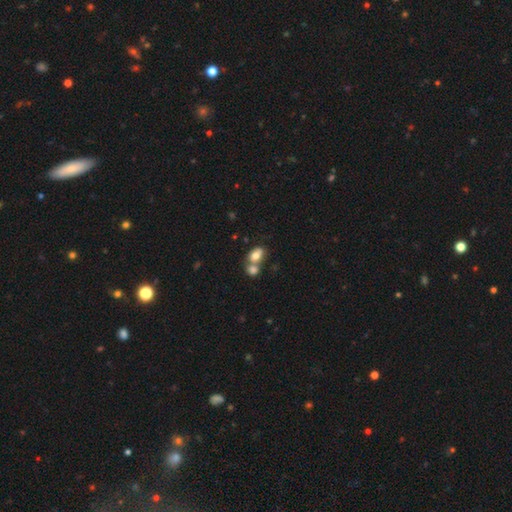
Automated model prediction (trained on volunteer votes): This is likely a smooth galaxy (77%). How rounded: likely in between (76%). Merging: possibly merger (56%).